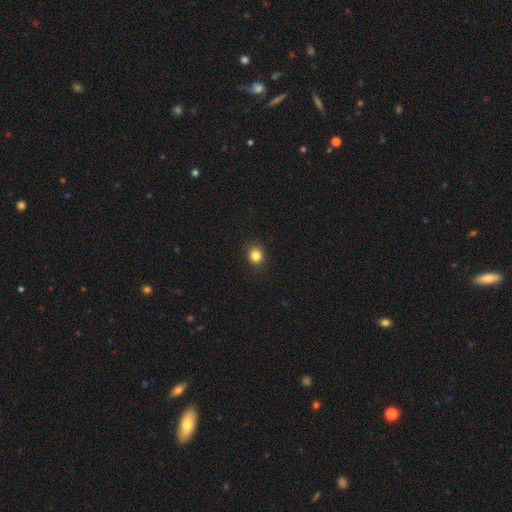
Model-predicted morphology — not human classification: Smooth or featured? Predicted: smooth (p=0.83). How rounded? Predicted: round (p=0.84). Merging? Predicted: none (p=0.91).